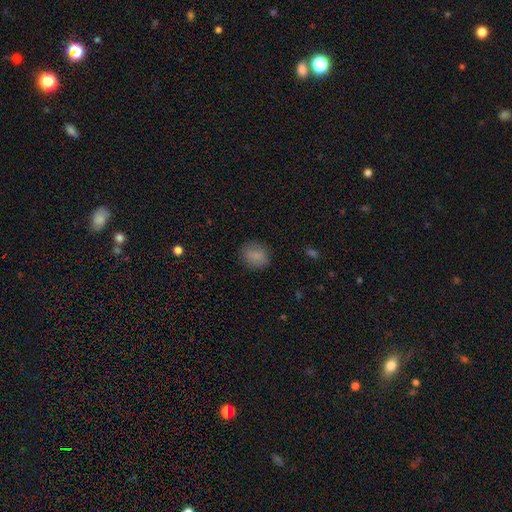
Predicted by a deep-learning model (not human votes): smooth 81%, star or artifact 9%, featured or disk 9%. Down the decision tree: how rounded — round (54%); merging — none (85%).